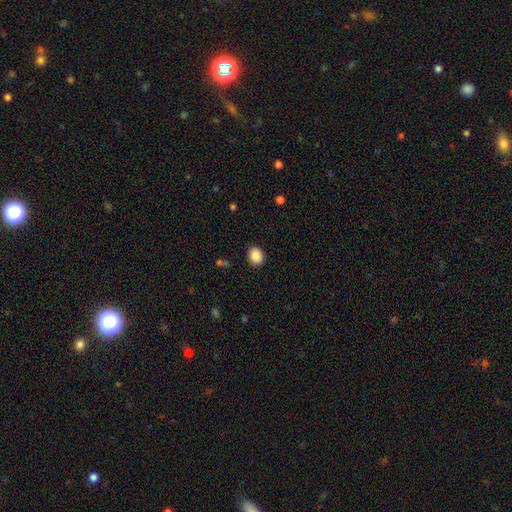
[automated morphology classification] A smooth galaxy with no disk features (88%) that is round (55%). Merging: none (90%).